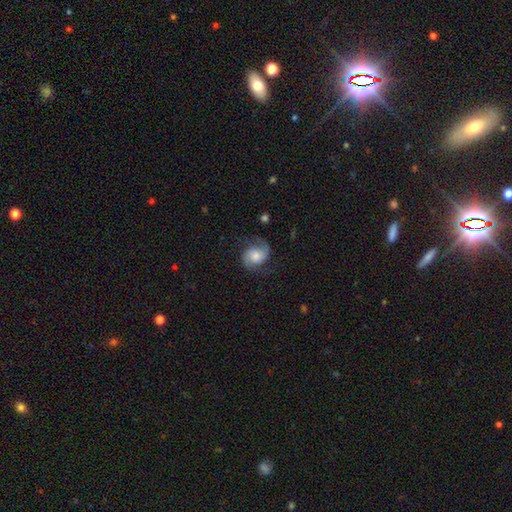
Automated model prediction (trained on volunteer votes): featured or disk 75%, smooth 18%, star or artifact 7%. Down the decision tree: edge-on disk — no (98%); bar — no (64%); spiral arms — yes (95%); spiral arm count — 2 (90%); spiral winding — medium (46%); bulge size — moderate (44%); merging — none (69%).